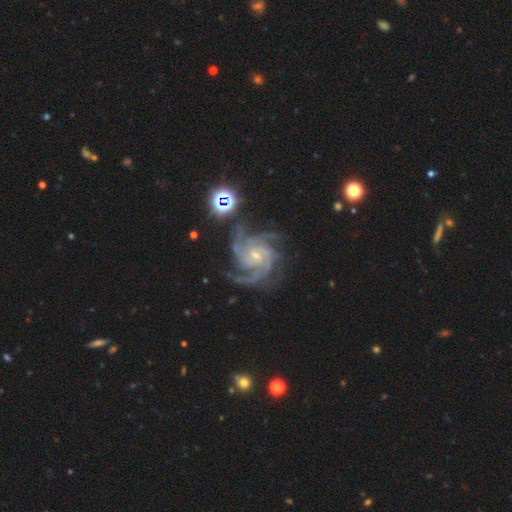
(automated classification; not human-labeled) This is clearly a featured or disk galaxy (92%). It is clearly not viewed edge-on (98%). Bar: possibly no (55%). Spiral arm pattern: clearly yes (99%). Spiral arm count: marginally 3 (36%). Spiral winding: possibly tight (53%). Central bulge: likely small (70%). Merging: likely none (69%).